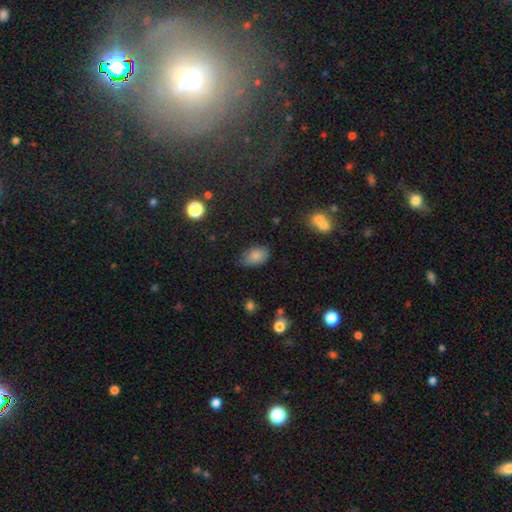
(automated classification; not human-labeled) Q: Smooth or featured?
A: smooth (83%); runner-up: star or artifact (10%)
Q: How rounded?
A: in between (87%); runner-up: round (11%)
Q: Merging?
A: none (59%); runner-up: minor disturbance (33%)